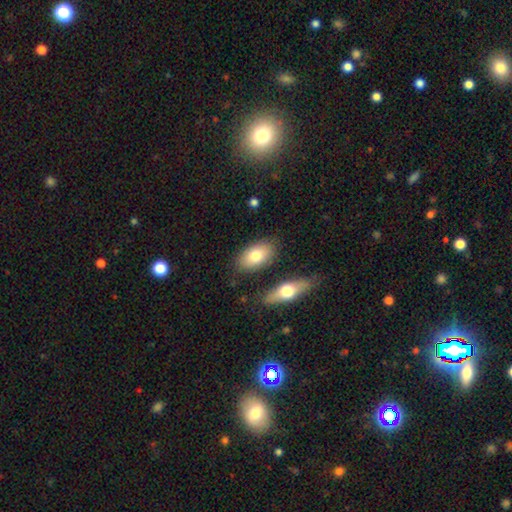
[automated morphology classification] Overall: smooth (75%). How rounded: in between (91%). Merging: none (79%).